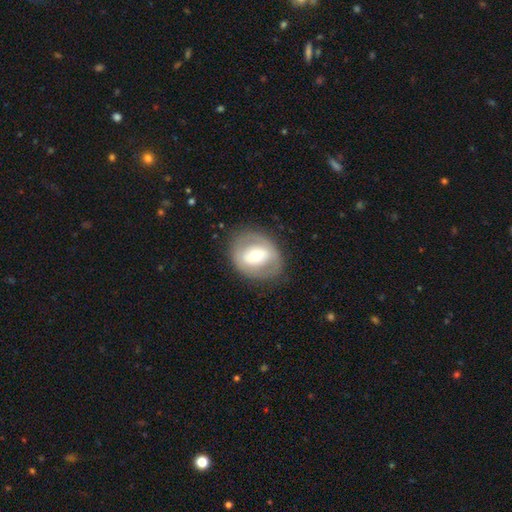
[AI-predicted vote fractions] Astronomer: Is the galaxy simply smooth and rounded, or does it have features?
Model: featured or disk — 53% (runner-up: smooth, 40%).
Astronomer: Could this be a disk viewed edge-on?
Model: no — 93%.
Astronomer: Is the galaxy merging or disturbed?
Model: none — 81%.